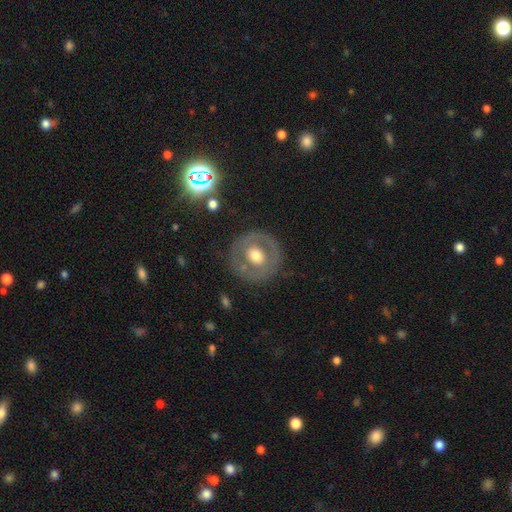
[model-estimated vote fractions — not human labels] This is possibly a featured or disk galaxy (49%). Merging: likely none (80%).